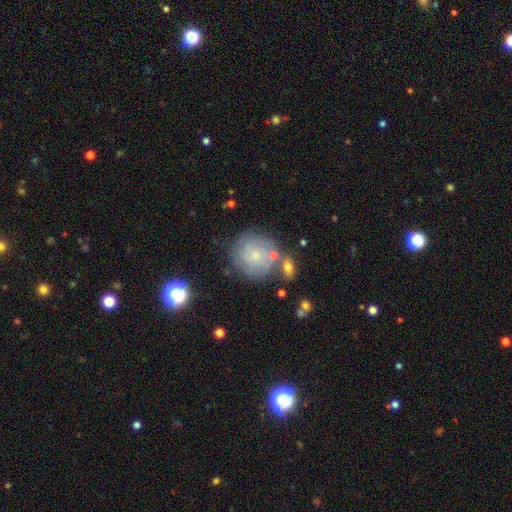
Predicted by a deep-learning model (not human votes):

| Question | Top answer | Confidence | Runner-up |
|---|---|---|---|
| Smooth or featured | featured or disk | 52% | smooth (38%) |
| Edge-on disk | no | 97% | yes (3%) |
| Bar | no | 79% | weak (18%) |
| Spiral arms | yes | 74% | no (26%) |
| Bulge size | small | 73% | moderate (19%) |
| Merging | none | 62% | minor disturbance (18%) |